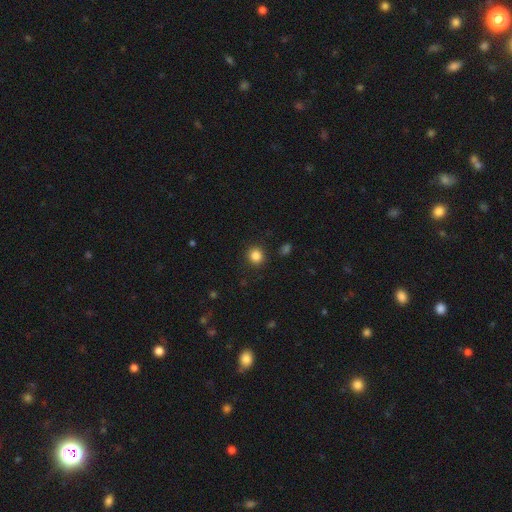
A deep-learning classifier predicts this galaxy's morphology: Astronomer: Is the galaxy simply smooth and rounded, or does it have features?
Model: smooth — 85%.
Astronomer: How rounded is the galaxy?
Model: round — 86%.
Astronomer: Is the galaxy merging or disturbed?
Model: none — 90%.